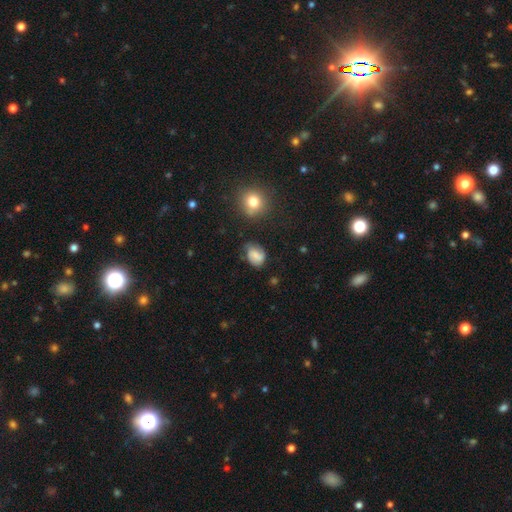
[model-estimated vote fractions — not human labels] Overall: smooth (60%; featured or disk 29%). How rounded: in between (64%; round 35%). Merging: none (53%; minor disturbance 32%).